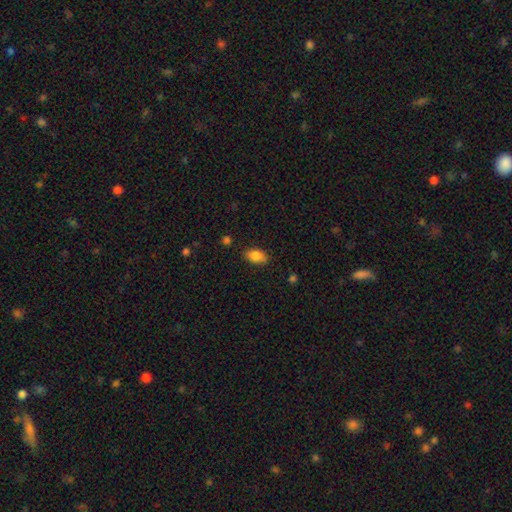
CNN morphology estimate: smooth-or-featured: smooth: 86% | star or artifact: 8% | featured or disk: 6%
  how-rounded: in between: 90% | round: 7% | cigar-shaped: 3%
  merging: none: 82% | minor disturbance: 14% | major disturbance: 3% | merger: 2%